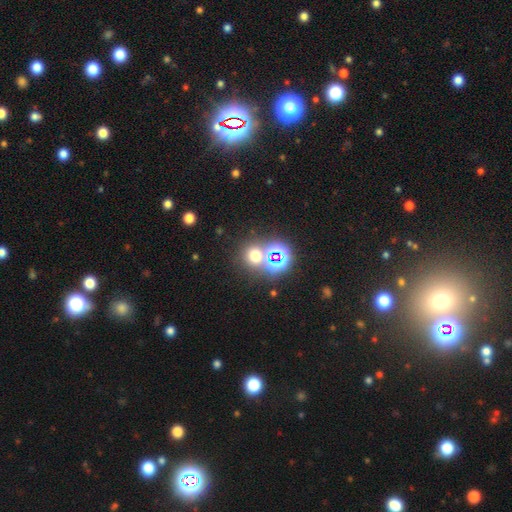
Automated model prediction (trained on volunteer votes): smooth 53%, star or artifact 39%, featured or disk 8%. Down the decision tree: how rounded — round (84%); merging — none (67%).